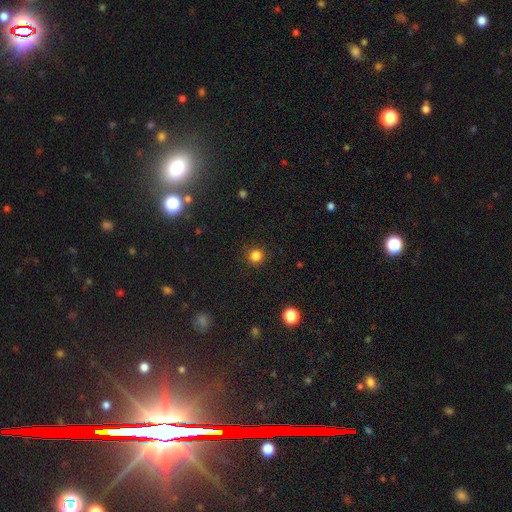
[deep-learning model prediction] smooth 83%, star or artifact 14%, featured or disk 3%. Down the decision tree: how rounded — round (94%); merging — none (91%).